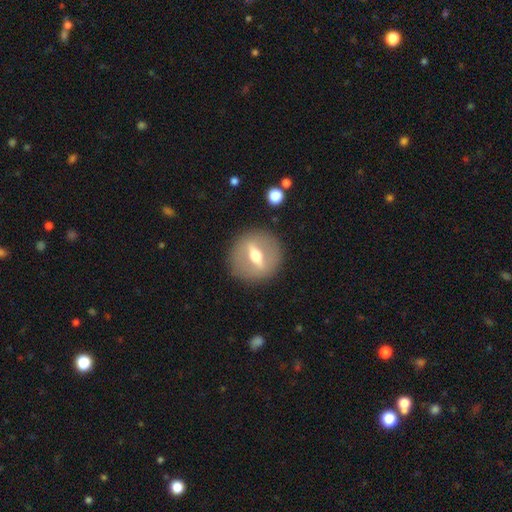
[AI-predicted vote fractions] Smooth or featured: featured or disk — 70% (smooth — 23%)
Edge-on disk: no — 56% (yes — 44%)
Merging: none — 88% (minor disturbance — 7%)